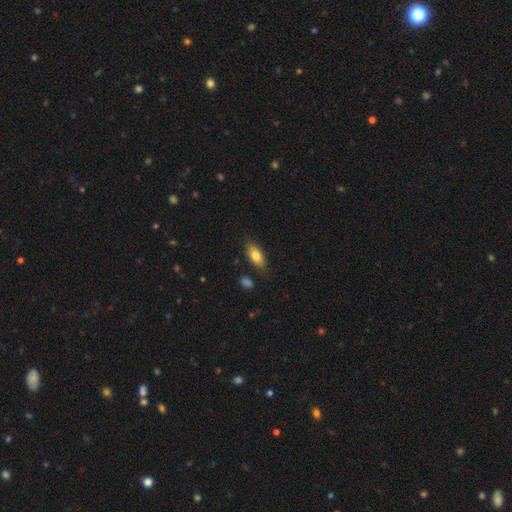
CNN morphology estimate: smooth_or_featured: smooth (p=0.79) [alt: featured or disk p=0.14]
how_rounded: in between (p=0.83) [alt: cigar-shaped p=0.14]
merging: none (p=0.78) [alt: minor disturbance p=0.16]